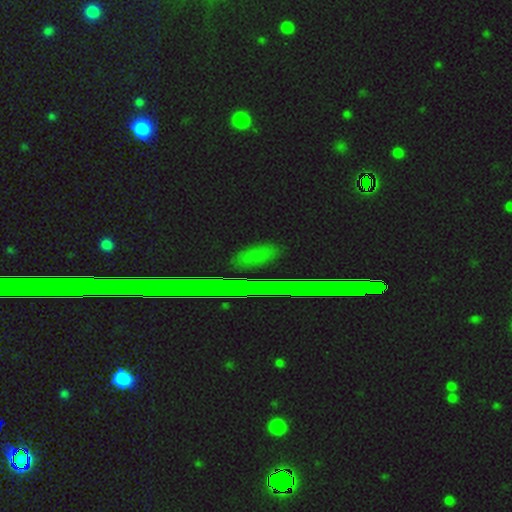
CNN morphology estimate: A star or artifact, not a galaxy (75%).

Vote fractions:
- Smooth or featured? star or artifact: 75% / featured or disk: 14% / smooth: 11%